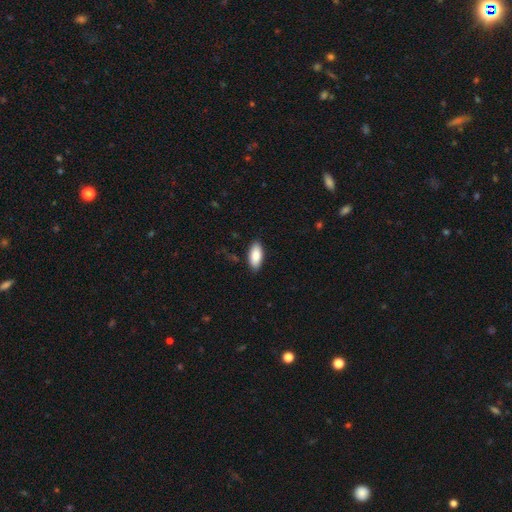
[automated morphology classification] type=smooth (88%); roundness=in between (90%); merging=none (86%).